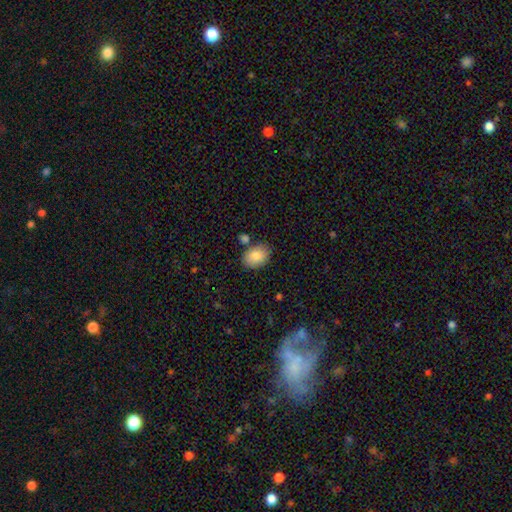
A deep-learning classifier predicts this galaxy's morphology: Overall: smooth (84%). How rounded: in between (79%). Merging: none (77%).